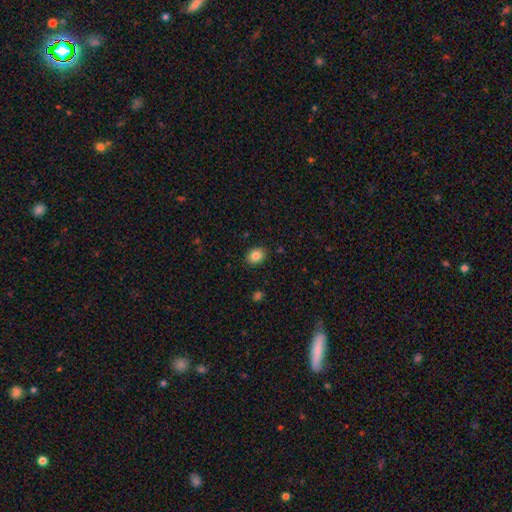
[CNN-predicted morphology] This is clearly a smooth galaxy (85%). How rounded: possibly in between (51%). Merging: clearly none (89%).